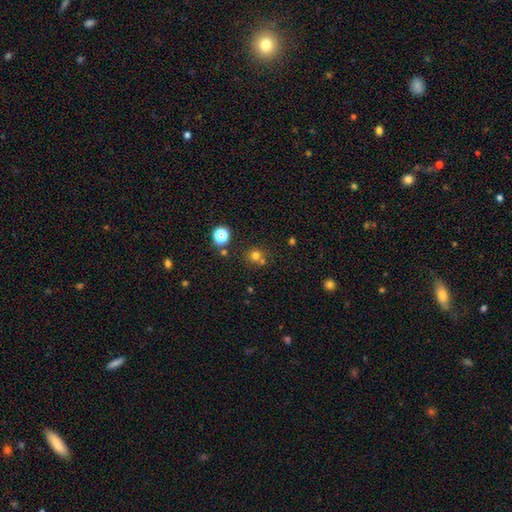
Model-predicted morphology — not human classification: This appears to be a smooth galaxy with no disk features (69%) that is round (90%). Merging: none (66%).